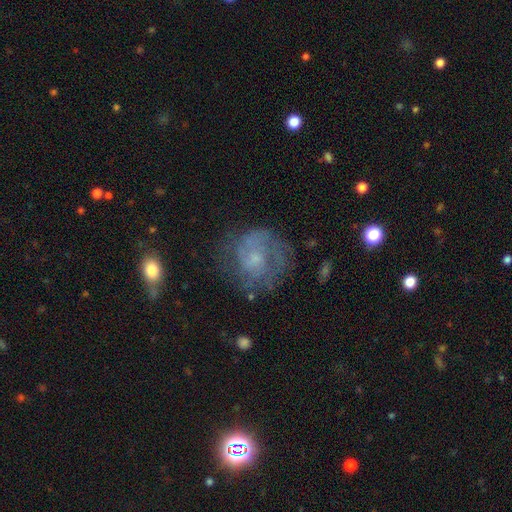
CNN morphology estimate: This appears to be a featured or disk galaxy (66%) with no bar (69%), tight (47%) spiral arms (82%) and a small central bulge (55%). Merging: none (66%).